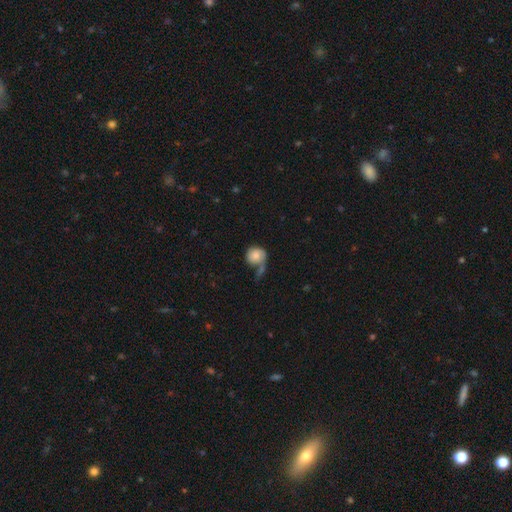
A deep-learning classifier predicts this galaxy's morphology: Overall: smooth (64%; featured or disk 29%). How rounded: round (81%). Merging: none (31%; major disturbance 30%).